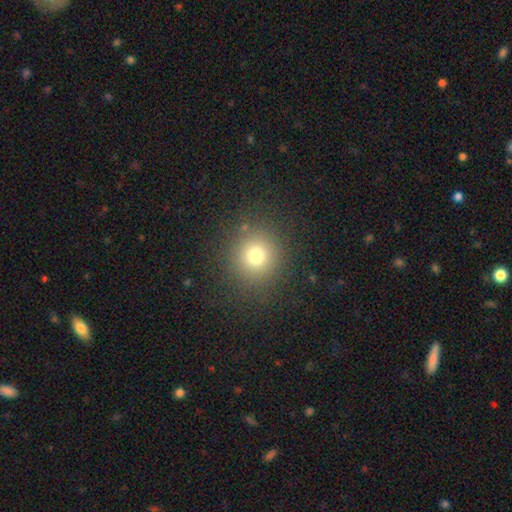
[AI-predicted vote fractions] smooth 75%, star or artifact 17%, featured or disk 8%. Down the decision tree: how rounded — round (91%); merging — none (87%).